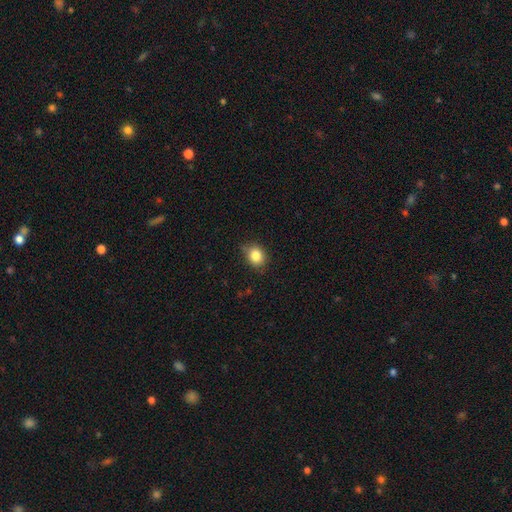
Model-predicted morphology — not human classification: A smooth galaxy with no disk features (84%) that is round (53%). Merging: none (79%).